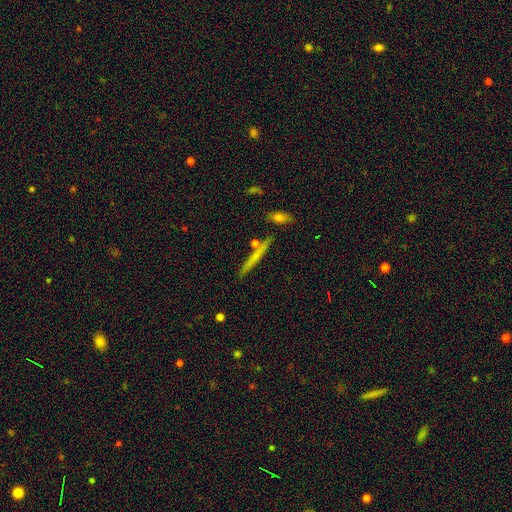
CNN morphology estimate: smooth-or-featured: smooth: 51% | featured or disk: 42% | star or artifact: 8%
  how-rounded: cigar-shaped: 94% | in between: 3% | round: 2%
  merging: none: 83% | minor disturbance: 9% | merger: 6% | major disturbance: 2%